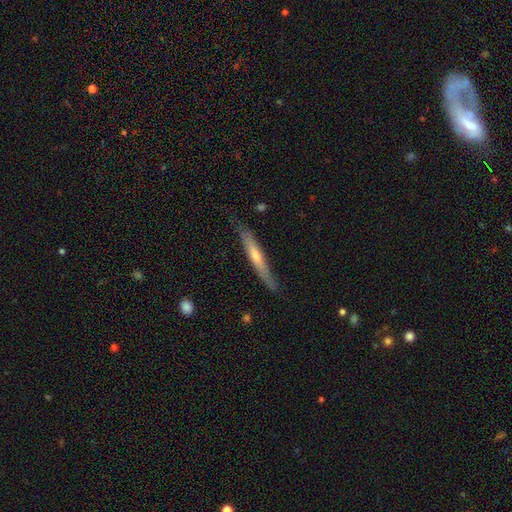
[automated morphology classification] featured or disk 52%, smooth 43%, star or artifact 6%. Down the decision tree: edge-on disk — yes (92%); merging — none (79%).